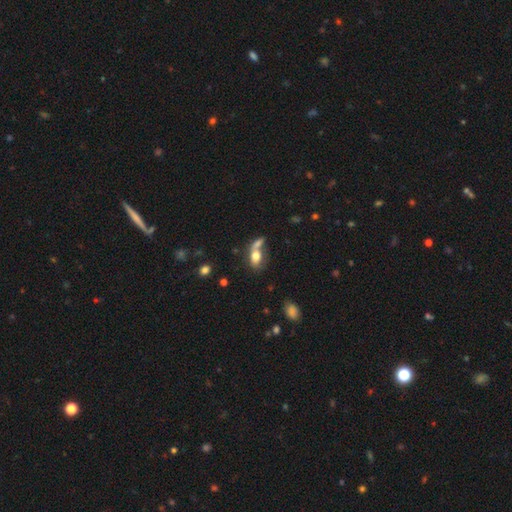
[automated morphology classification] Smooth or featured: smooth — 74% (featured or disk — 17%)
How rounded: in between — 82% (round — 13%)
Merging: merger — 53% (none — 29%)